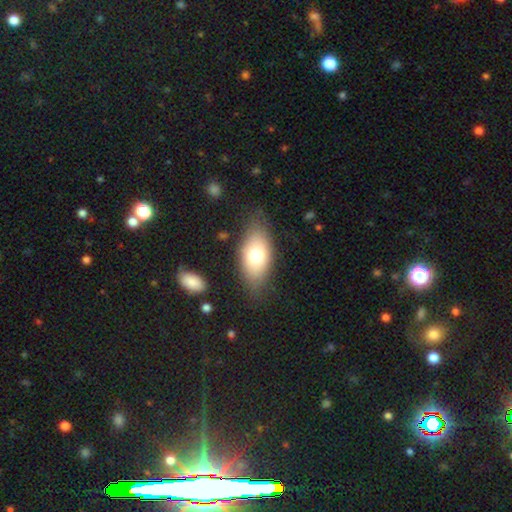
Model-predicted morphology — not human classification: smooth 73%, featured or disk 19%, star or artifact 8%. Down the decision tree: how rounded — in between (89%); merging — none (77%).